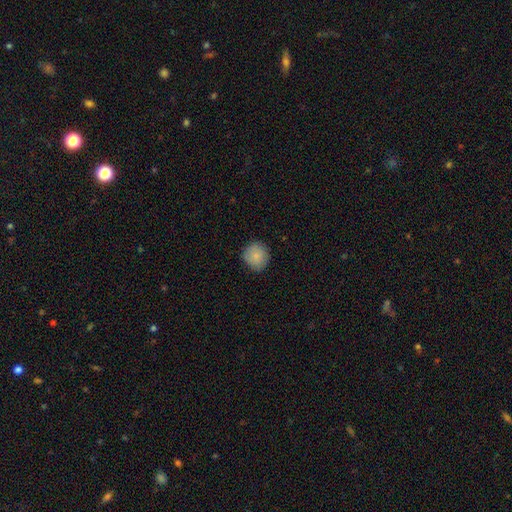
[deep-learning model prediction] Morphology: type=smooth (86%); roundness=round (90%); merging=none (85%).